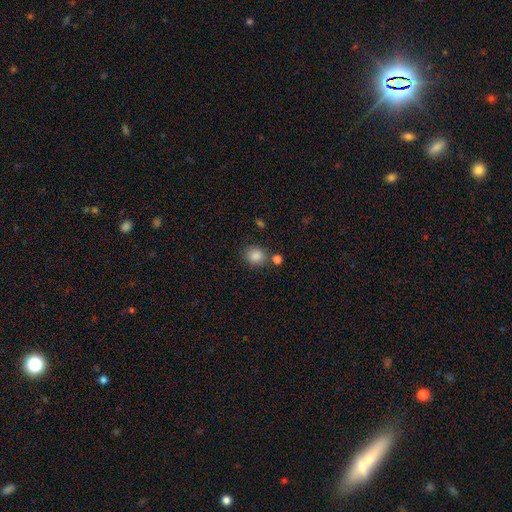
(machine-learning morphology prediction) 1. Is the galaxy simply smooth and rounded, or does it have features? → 86% smooth, 10% star or artifact, 4% featured or disk.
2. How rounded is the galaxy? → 76% round, 23% in between, 1% cigar-shaped.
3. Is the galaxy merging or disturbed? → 75% none, 11% minor disturbance, 10% merger, 4% major disturbance.